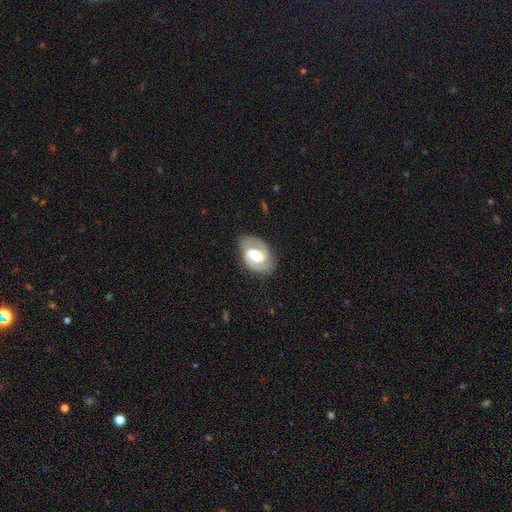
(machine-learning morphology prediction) The model was most divided on "spiral winding": medium: 52%, tight: 35%, loose: 13%. Remaining: edge-on disk — no (98%); spiral arms — yes (95%); spiral arm count — 2 (91%); smooth or featured — featured or disk (86%); merging — none (81%); bulge size — moderate (61%); bar — weak (50%).